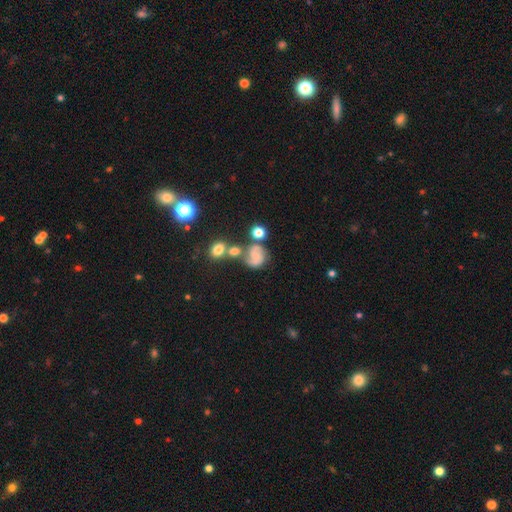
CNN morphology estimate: Smooth or featured: featured or disk — 67% (smooth — 22%)
Edge-on disk: no — 98% (yes — 2%)
Bar: no — 55% (weak — 37%)
Spiral arms: yes — 93% (no — 7%)
Spiral winding: medium — 54% (tight — 26%)
Spiral arm count: 2 — 83% (can't tell — 6%)
Bulge size: small — 56% (moderate — 22%)
Merging: none — 51% (merger — 23%)